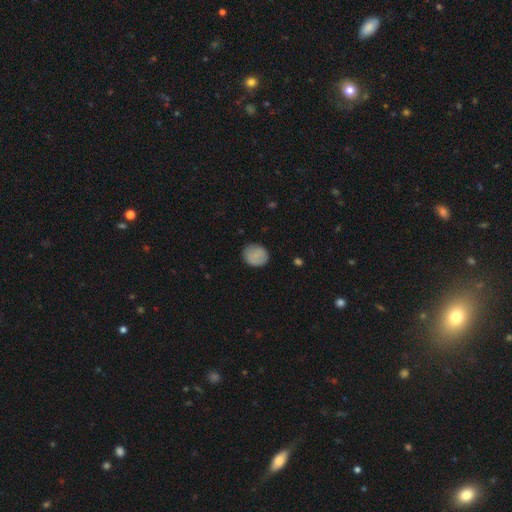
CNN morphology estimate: smooth 80%, featured or disk 12%, star or artifact 8%. Down the decision tree: how rounded — round (69%); merging — none (81%).